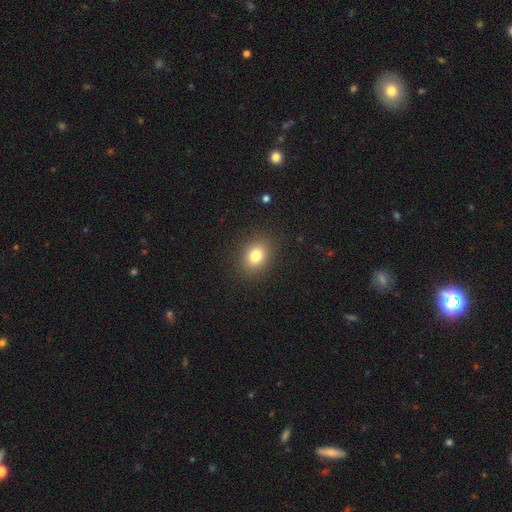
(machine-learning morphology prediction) A smooth galaxy with no disk features (80%) that is round (51%). Merging: none (89%).